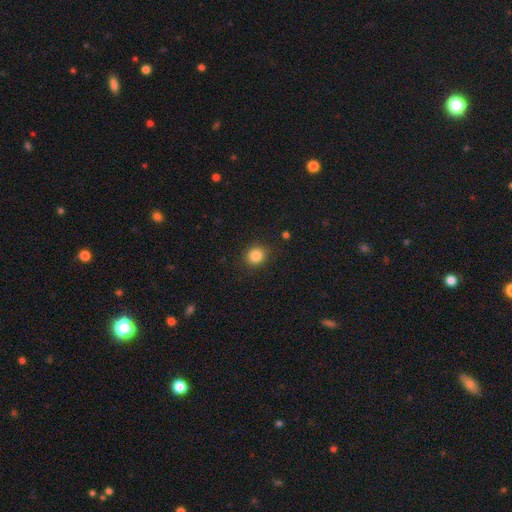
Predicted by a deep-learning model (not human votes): Overall: smooth (84%). How rounded: round (83%). Merging: none (88%).